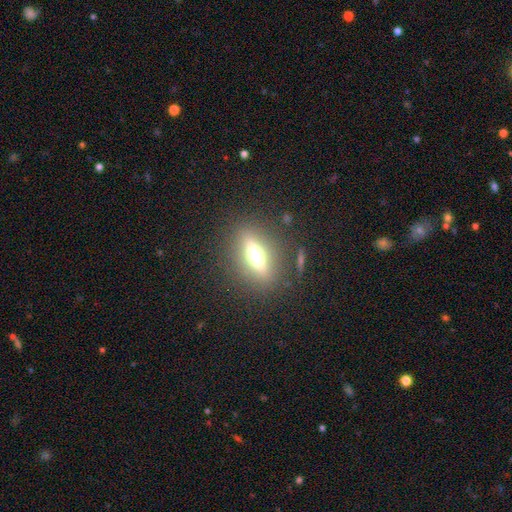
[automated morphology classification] Q: Smooth or featured?
A: featured or disk (56%); runner-up: smooth (30%)
Q: Edge-on disk?
A: yes (82%); runner-up: no (18%)
Q: Merging?
A: none (85%); runner-up: minor disturbance (8%)